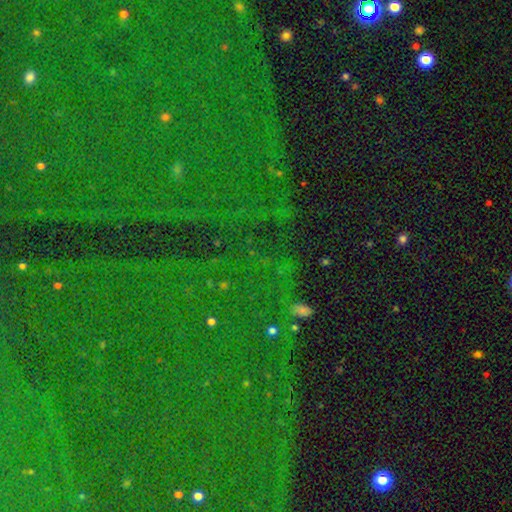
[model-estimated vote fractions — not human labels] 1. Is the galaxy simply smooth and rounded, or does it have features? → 86% star or artifact, 7% featured or disk, 7% smooth.